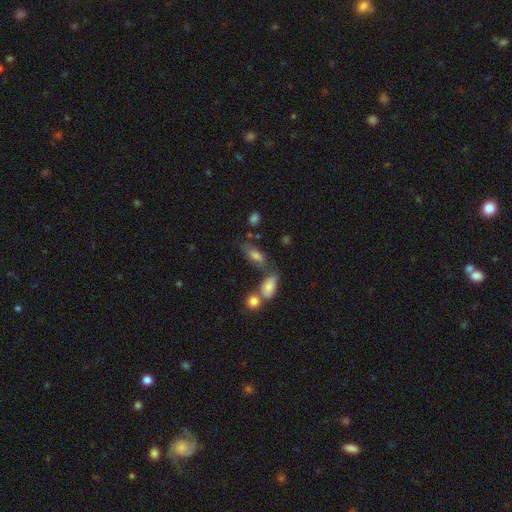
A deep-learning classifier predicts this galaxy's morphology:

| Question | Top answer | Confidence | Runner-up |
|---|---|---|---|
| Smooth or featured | smooth | 77% | featured or disk (14%) |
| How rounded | in between | 81% | cigar-shaped (15%) |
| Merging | none | 55% | merger (21%) |